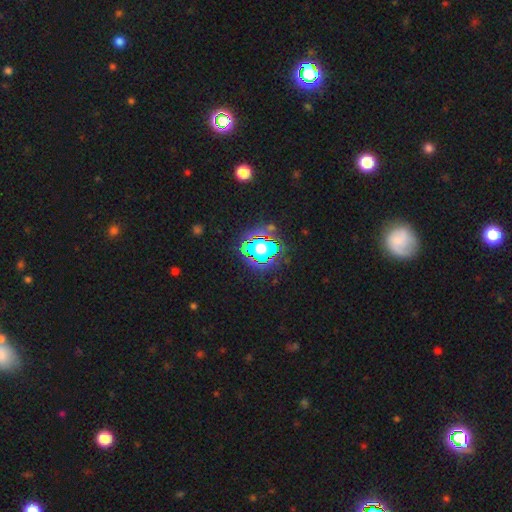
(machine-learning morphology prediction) A star or artifact, not a galaxy (81%).

Vote fractions:
- Smooth or featured? star or artifact: 81% / smooth: 11% / featured or disk: 7%